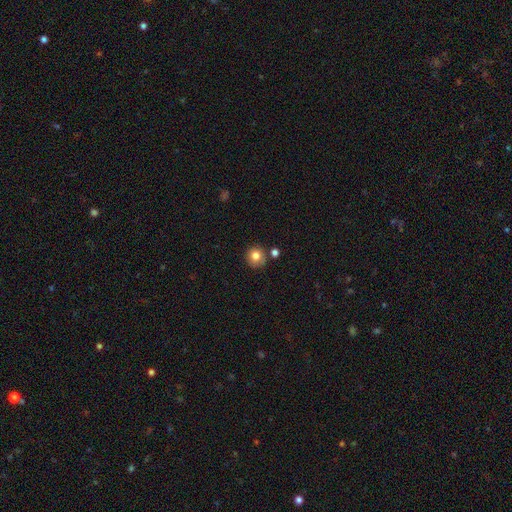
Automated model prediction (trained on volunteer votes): Smooth or featured?
  - smooth: 82% *
  - star or artifact: 10%
  - featured or disk: 8%
How rounded?
  - round: 91% *
  - in between: 8%
  - cigar-shaped: 1%
Merging?
  - none: 80% *
  - minor disturbance: 10%
  - merger: 7%
  - major disturbance: 3%